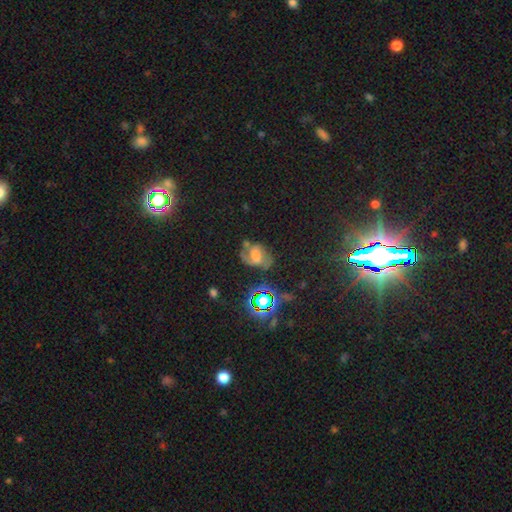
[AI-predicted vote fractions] featured or disk 47%, star or artifact 27%, smooth 26%. Down the decision tree: merging — none (47%).